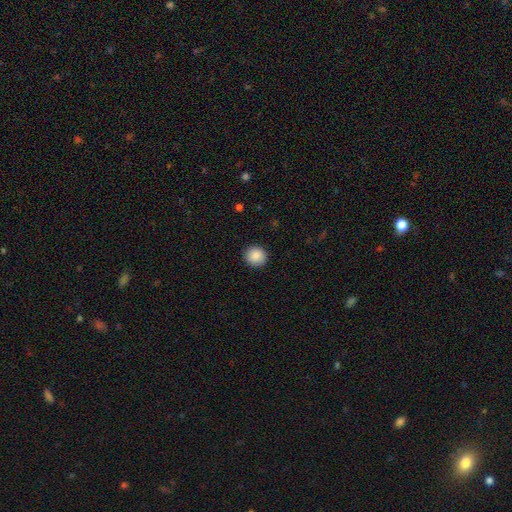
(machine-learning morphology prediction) A smooth galaxy with no disk features (89%) that is round (90%). Merging: none (92%).